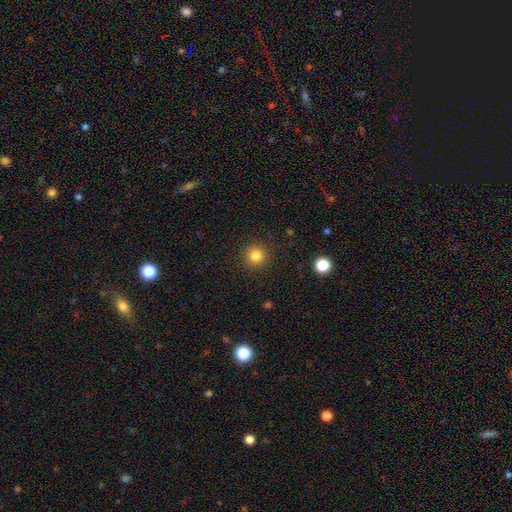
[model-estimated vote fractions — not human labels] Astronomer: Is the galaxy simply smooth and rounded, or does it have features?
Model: smooth — 83%.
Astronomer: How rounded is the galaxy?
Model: round — 95%.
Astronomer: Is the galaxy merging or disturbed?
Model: none — 91%.